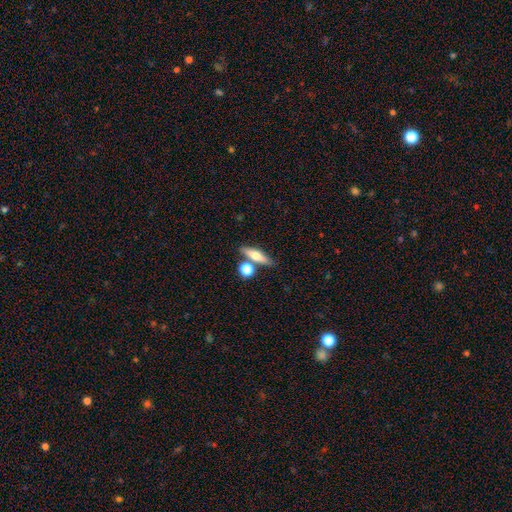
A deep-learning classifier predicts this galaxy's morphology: This appears to be a smooth galaxy with no disk features (59%) that is cigar-shaped (53%). Merging: none (64%).